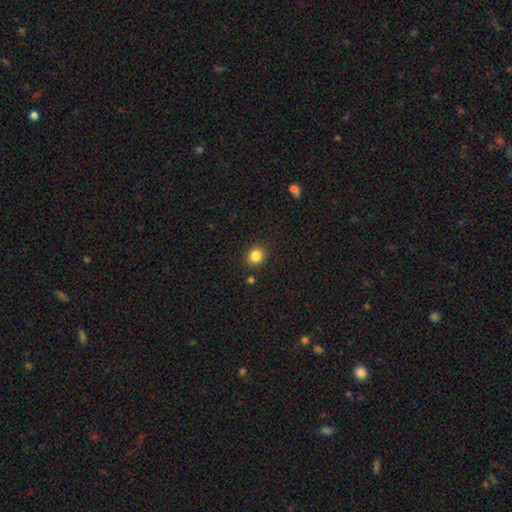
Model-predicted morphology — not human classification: A smooth galaxy with no disk features (84%) that is round (76%). Merging: none (88%).